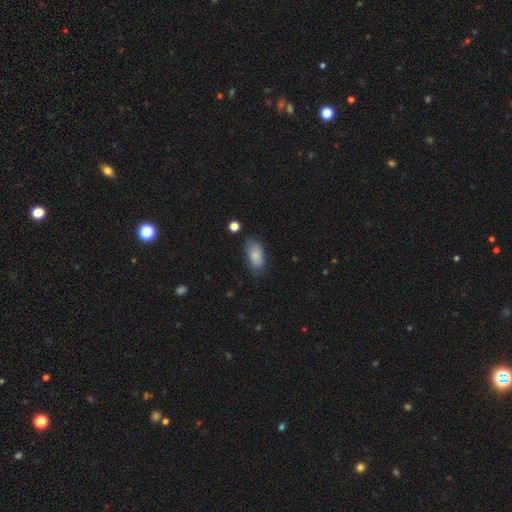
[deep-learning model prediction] Overall: smooth (82%). How rounded: in between (92%). Merging: none (67%).